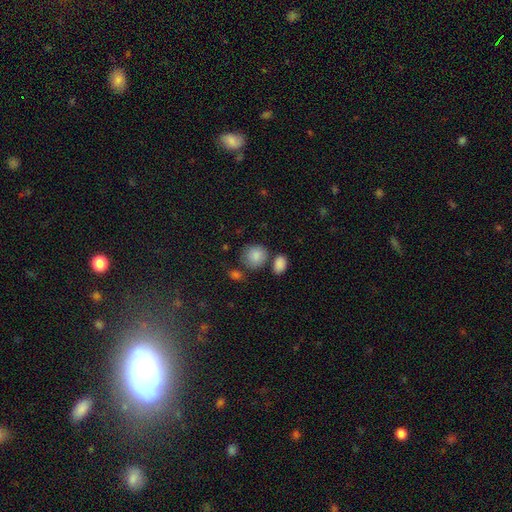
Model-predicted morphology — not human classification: smooth-or-featured: smooth: 86% | star or artifact: 8% | featured or disk: 6%
  how-rounded: round: 77% | in between: 22% | cigar-shaped: 1%
  merging: none: 64% | minor disturbance: 16% | merger: 14% | major disturbance: 6%